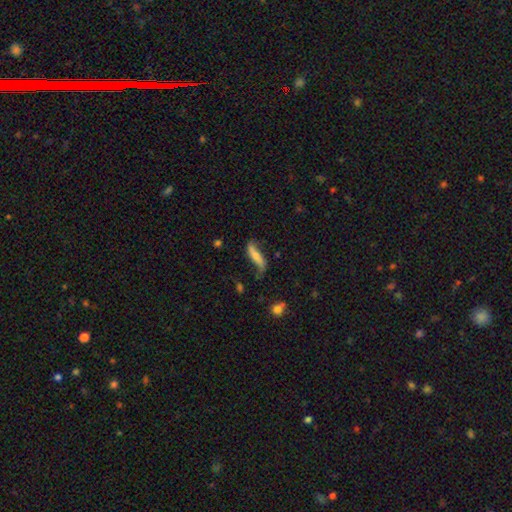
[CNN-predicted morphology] This appears to be a featured or disk galaxy (47%). Merging: none (55%).